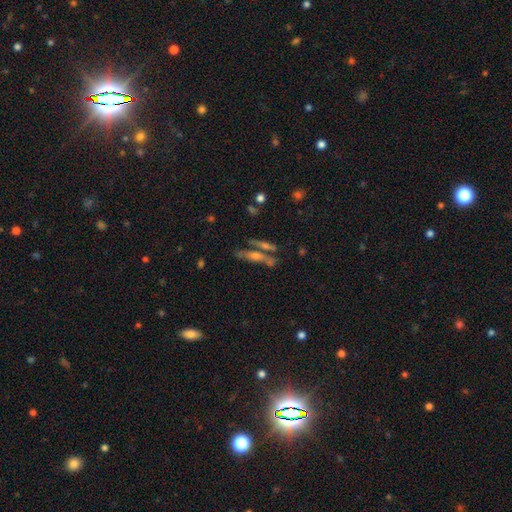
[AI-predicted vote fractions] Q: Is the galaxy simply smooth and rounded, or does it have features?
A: featured or disk — 52%.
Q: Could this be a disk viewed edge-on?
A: yes — 77%.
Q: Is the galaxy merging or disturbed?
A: none — 55%.